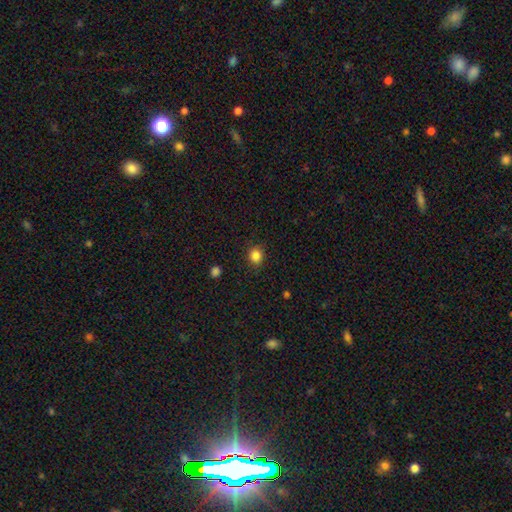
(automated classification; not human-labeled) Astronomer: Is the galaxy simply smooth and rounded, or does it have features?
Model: smooth — 84%.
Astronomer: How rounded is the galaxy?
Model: round — 81%.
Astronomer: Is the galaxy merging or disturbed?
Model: none — 87%.